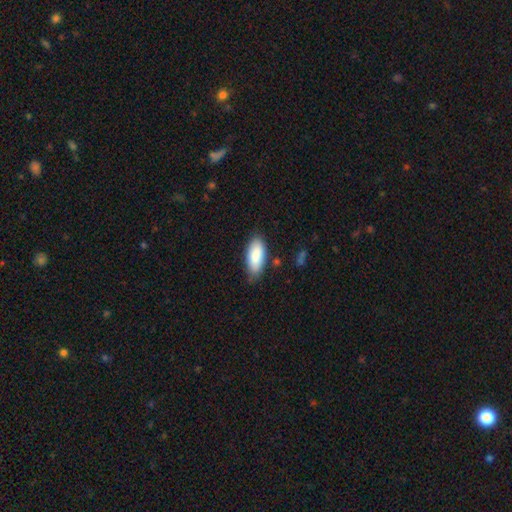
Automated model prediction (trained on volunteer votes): Overall: smooth (87%). How rounded: in between (86%). Merging: none (77%).